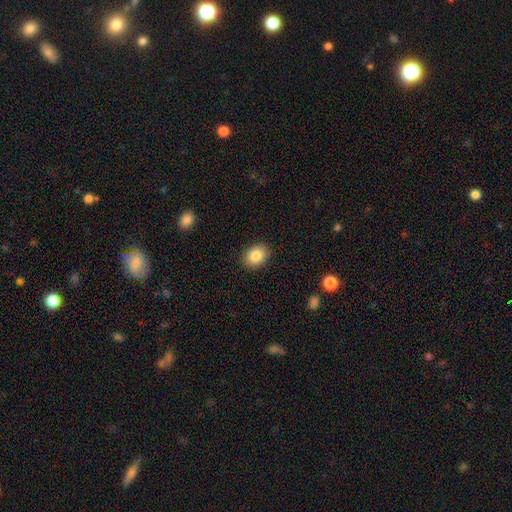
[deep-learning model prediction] smooth 86%, star or artifact 8%, featured or disk 6%. Down the decision tree: how rounded — in between (60%); merging — none (90%).